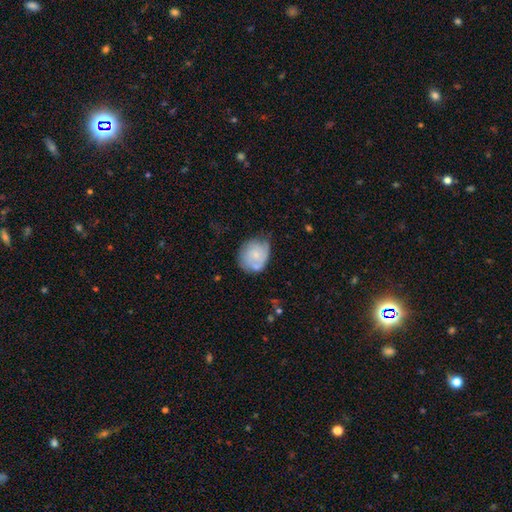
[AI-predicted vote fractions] Smooth or featured? Predicted: smooth (p=0.58). How rounded? Predicted: round (p=0.64). Merging? Predicted: none (p=0.44).